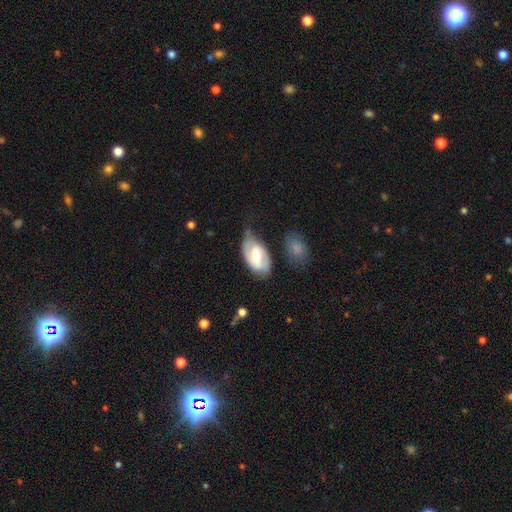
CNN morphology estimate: type=featured or disk (58%); edge-on=no (93%); bar=weak (45%); spiral arms=yes (70%); bulge=moderate (68%); merging=none (54%).